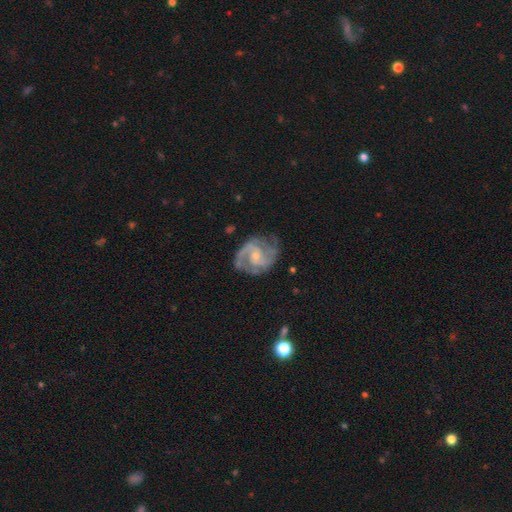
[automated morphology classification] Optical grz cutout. It shows a featured or disk galaxy (88%) with no bar (55%), 2 (63%) medium (51%) spiral arms (96%) and a small central bulge (66%). Merging: none (68%).